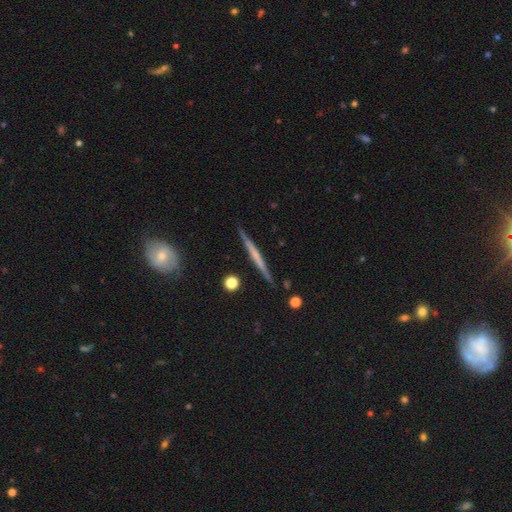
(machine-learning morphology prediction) This is possibly a featured or disk galaxy (60%). It is clearly viewed edge-on (97%). Edge-on bulge: clearly none (81%). Merging: clearly none (89%).